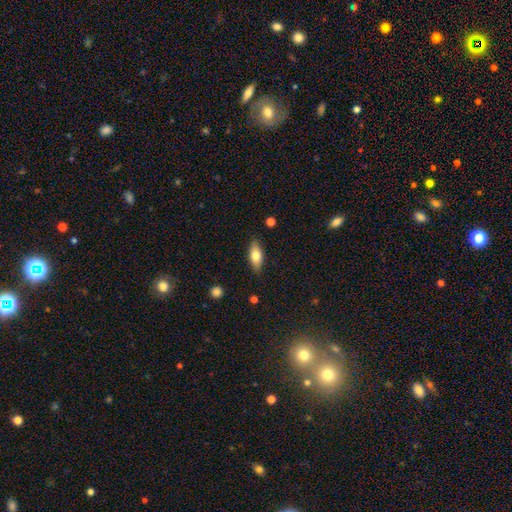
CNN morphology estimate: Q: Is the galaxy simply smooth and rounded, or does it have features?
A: smooth — 72%.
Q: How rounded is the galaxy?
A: in between — 81%.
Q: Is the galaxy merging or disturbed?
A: none — 85%.